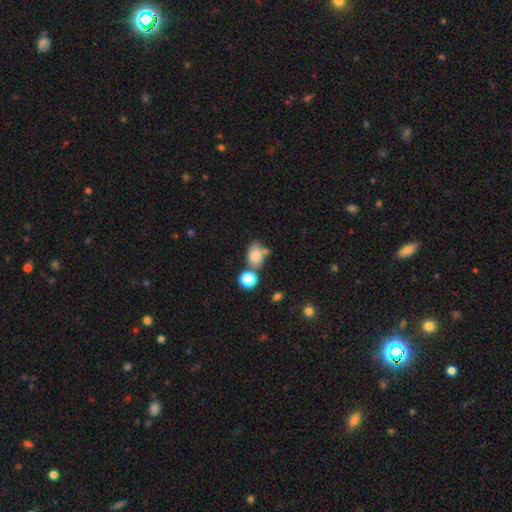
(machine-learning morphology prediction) type=smooth (80%); roundness=in between (75%); merging=none (50%).